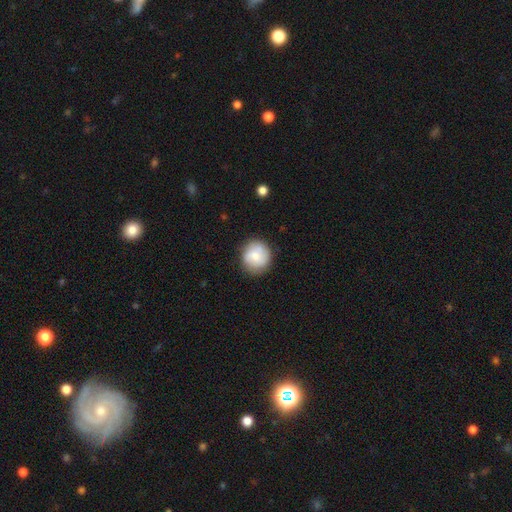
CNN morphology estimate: Smooth or featured? smooth (66%)
How rounded? round (90%)
Merging? none (83%)